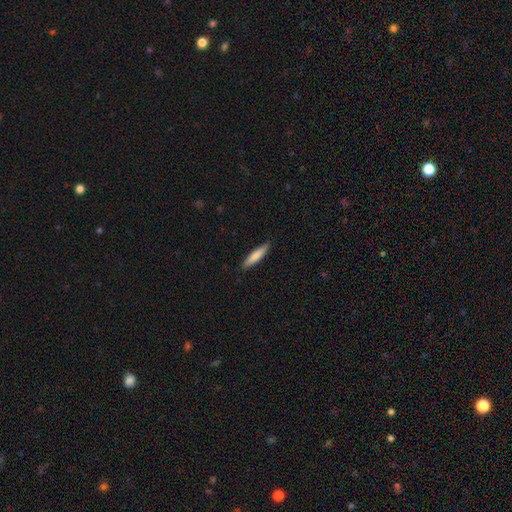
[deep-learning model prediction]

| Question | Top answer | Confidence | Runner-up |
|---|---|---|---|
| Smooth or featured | smooth | 79% | featured or disk (15%) |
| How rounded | cigar-shaped | 86% | in between (13%) |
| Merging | none | 89% | minor disturbance (8%) |